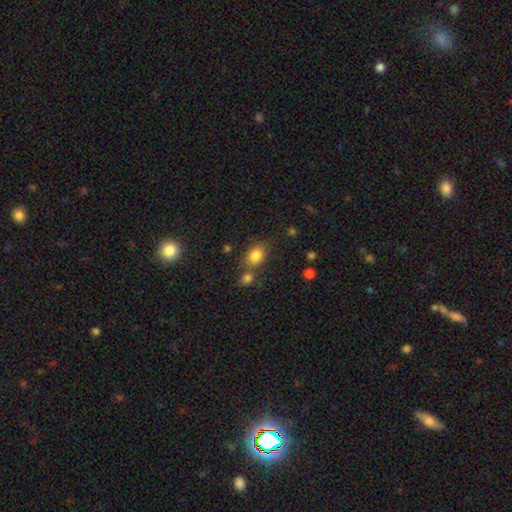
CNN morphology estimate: smooth 80%, star or artifact 11%, featured or disk 8%. Down the decision tree: how rounded — in between (64%); merging — none (58%).